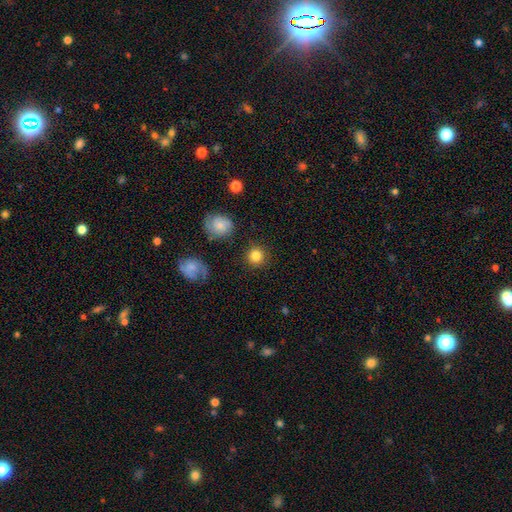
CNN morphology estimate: Smooth or featured? Predicted: smooth (p=0.84). How rounded? Predicted: round (p=0.94). Merging? Predicted: none (p=0.88).